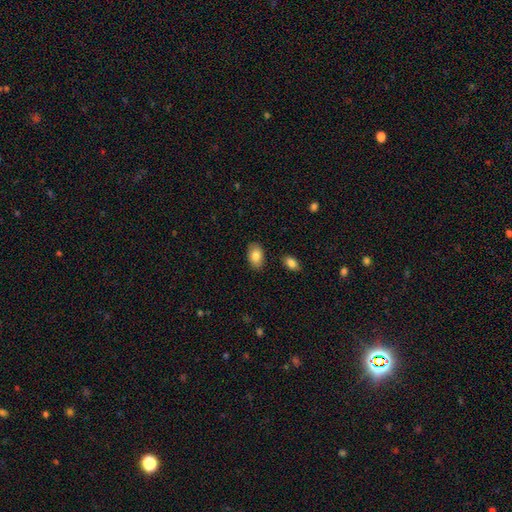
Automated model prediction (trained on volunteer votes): This is clearly a smooth galaxy (85%). How rounded: clearly in between (90%). Merging: clearly none (87%).